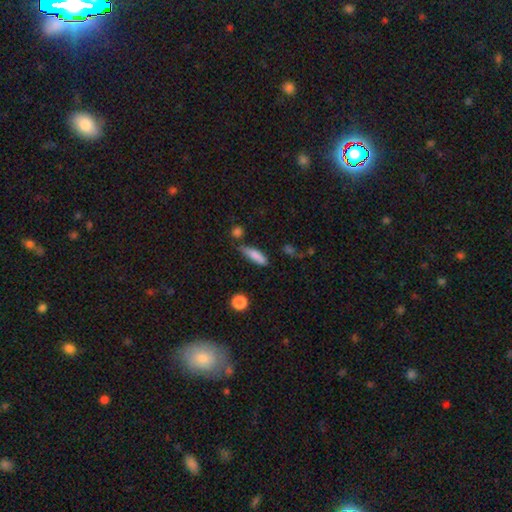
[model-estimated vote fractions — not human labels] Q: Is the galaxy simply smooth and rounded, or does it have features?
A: smooth — 78%.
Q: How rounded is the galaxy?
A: cigar-shaped — 64%.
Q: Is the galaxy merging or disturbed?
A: none — 59%.